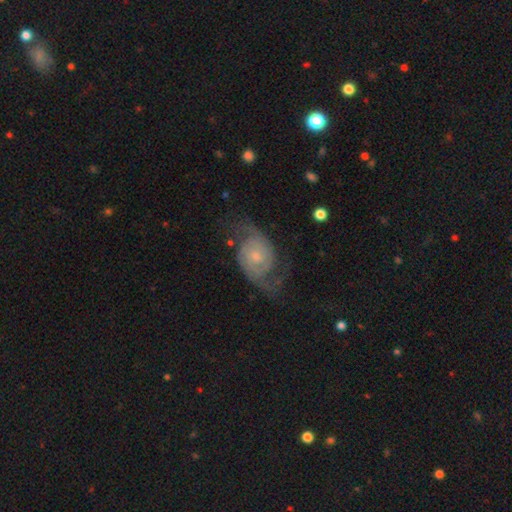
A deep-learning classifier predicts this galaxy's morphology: featured or disk 86%, smooth 8%, star or artifact 6%. Down the decision tree: edge-on disk — no (97%); bar — no (73%); spiral arms — yes (96%); spiral arm count — 2 (90%); spiral winding — medium (46%); bulge size — small (60%); merging — none (67%).